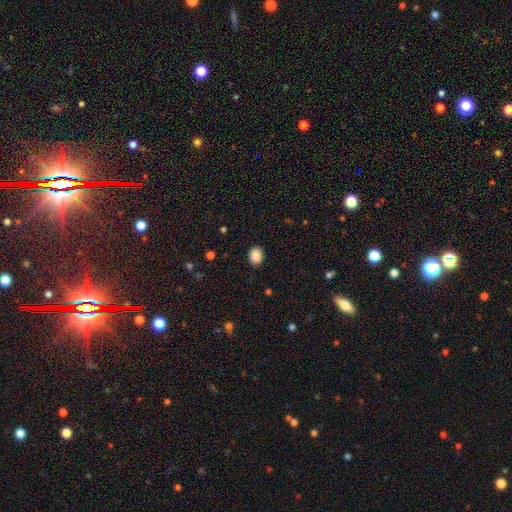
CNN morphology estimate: Smooth or featured: smooth — 88% (star or artifact — 8%)
How rounded: in between — 58% (round — 41%)
Merging: none — 87% (minor disturbance — 10%)